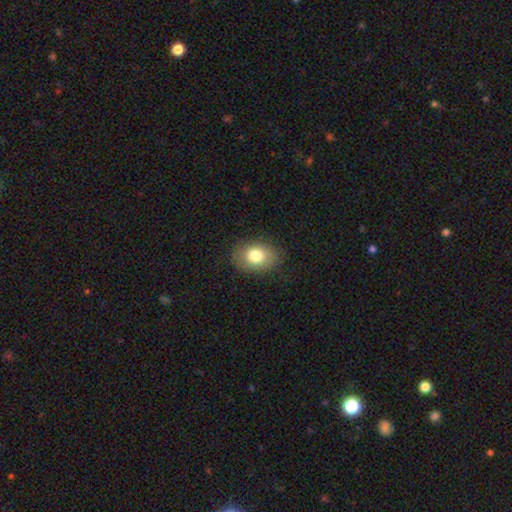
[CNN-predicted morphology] smooth-or-featured: smooth: 79% | featured or disk: 12% | star or artifact: 9%
  how-rounded: in between: 70% | round: 29% | cigar-shaped: 1%
  merging: none: 82% | minor disturbance: 13% | major disturbance: 4% | merger: 1%